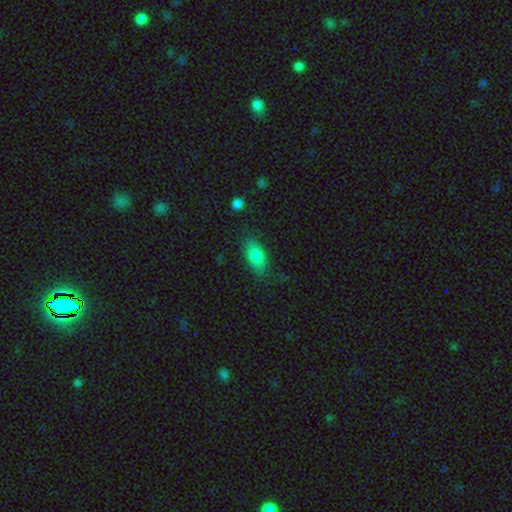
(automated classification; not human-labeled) The model was most divided on "merging": none: 77%, minor disturbance: 16%, major disturbance: 5%, merger: 2%. More confident: how rounded — in between (88%); smooth or featured — smooth (82%).